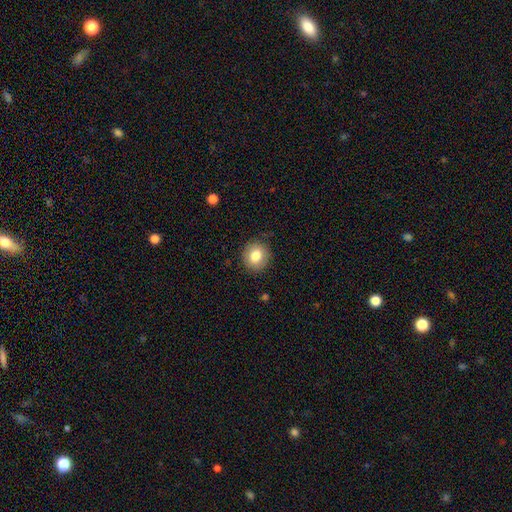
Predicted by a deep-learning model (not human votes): smooth_or_featured: smooth (p=0.80) [alt: featured or disk p=0.11]
how_rounded: round (p=0.82) [alt: in between p=0.17]
merging: none (p=0.87) [alt: minor disturbance p=0.09]